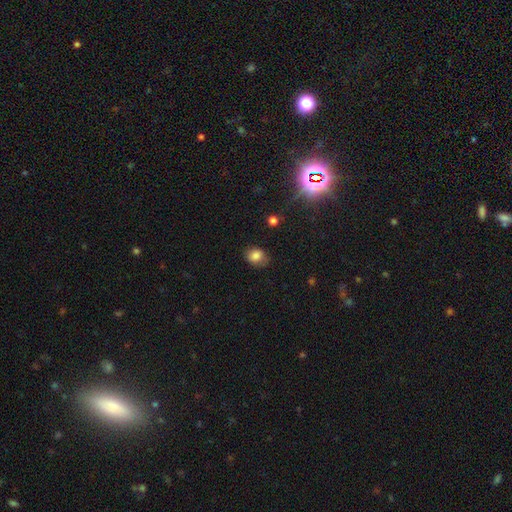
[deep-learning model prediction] Smooth or featured: smooth — 82% (star or artifact — 11%)
How rounded: in between — 56% (round — 43%)
Merging: none — 70% (minor disturbance — 23%)